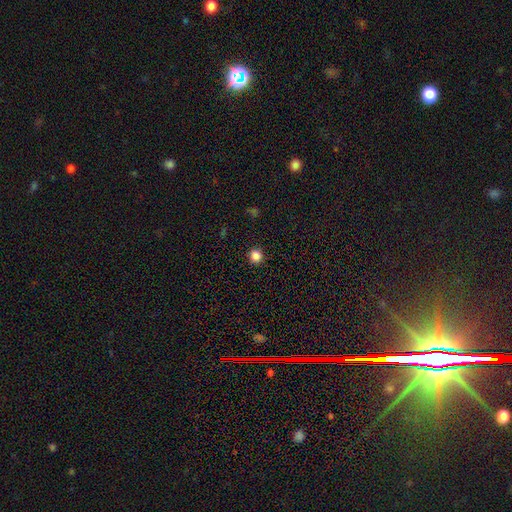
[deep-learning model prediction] A smooth galaxy with no disk features (84%) that is round (94%). Merging: none (92%).